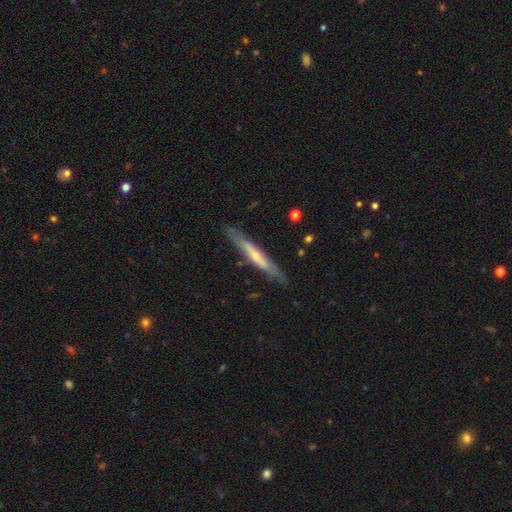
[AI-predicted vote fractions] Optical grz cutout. It shows a featured or disk galaxy (57%) viewed edge-on (86%). Merging: none (82%).